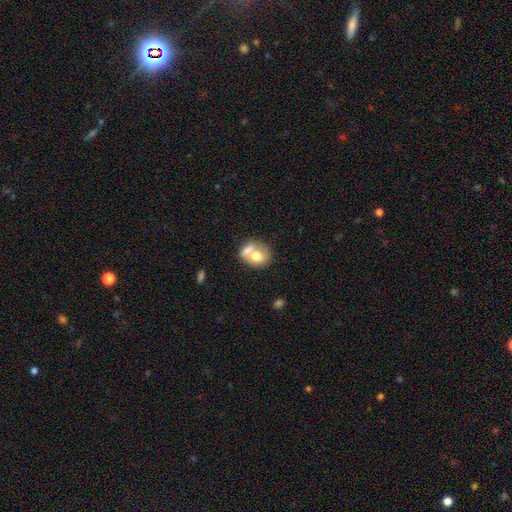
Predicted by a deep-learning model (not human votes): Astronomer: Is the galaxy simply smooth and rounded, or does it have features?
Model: smooth — 67%.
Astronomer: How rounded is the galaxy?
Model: round — 60% (runner-up: in between, 39%).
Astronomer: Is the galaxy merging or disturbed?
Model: merger — 56%.